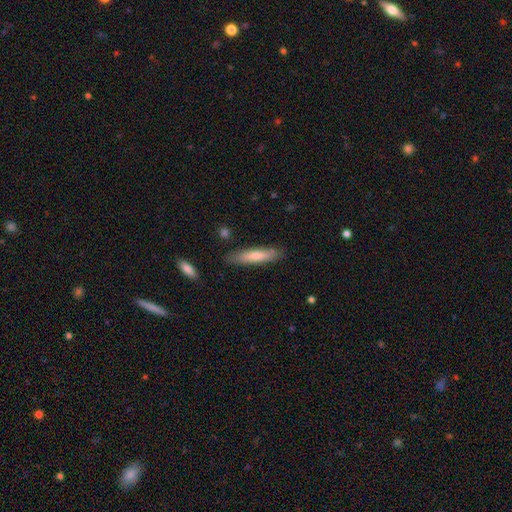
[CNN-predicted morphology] Smooth or featured?
  - smooth: 68% *
  - featured or disk: 26%
  - star or artifact: 6%
How rounded?
  - cigar-shaped: 85% *
  - in between: 14%
  - round: 1%
Merging?
  - none: 85% *
  - minor disturbance: 11%
  - major disturbance: 2%
  - merger: 2%